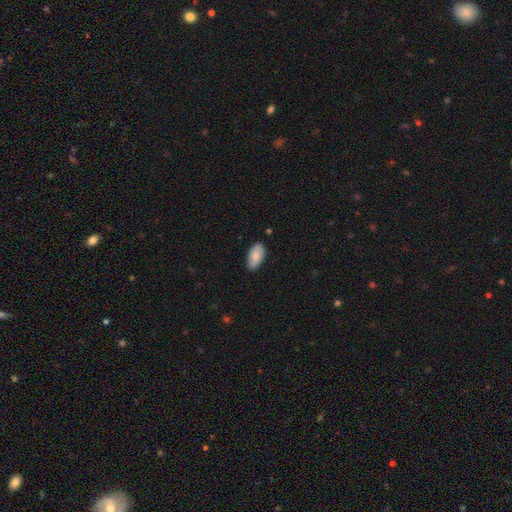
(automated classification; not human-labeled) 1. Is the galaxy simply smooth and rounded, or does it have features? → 82% smooth, 12% featured or disk, 6% star or artifact.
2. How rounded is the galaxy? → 95% in between, 3% cigar-shaped, 2% round.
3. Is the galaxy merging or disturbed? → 83% none, 14% minor disturbance, 2% major disturbance, 1% merger.